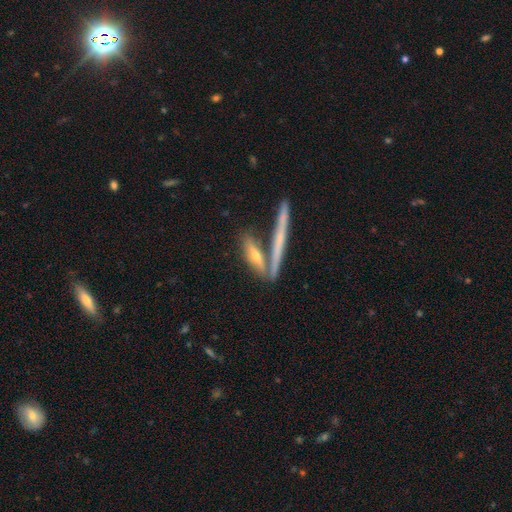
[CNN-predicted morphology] This appears to be a smooth galaxy with no disk features (52%) that is cigar-shaped (78%). Merging: none (59%).